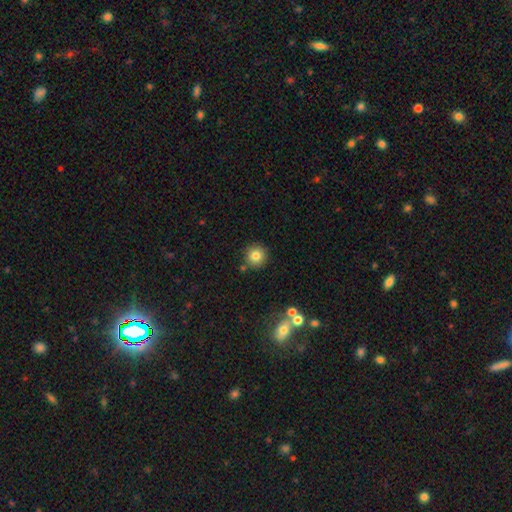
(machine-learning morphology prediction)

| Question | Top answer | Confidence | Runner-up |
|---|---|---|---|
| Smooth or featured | smooth | 80% | star or artifact (11%) |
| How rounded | round | 94% | in between (5%) |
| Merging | none | 83% | minor disturbance (8%) |